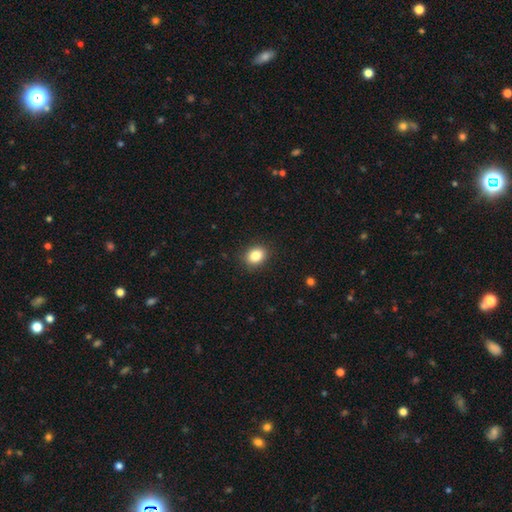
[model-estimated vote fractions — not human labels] smooth 85%, star or artifact 10%, featured or disk 6%. Down the decision tree: how rounded — in between (53%); merging — none (89%).